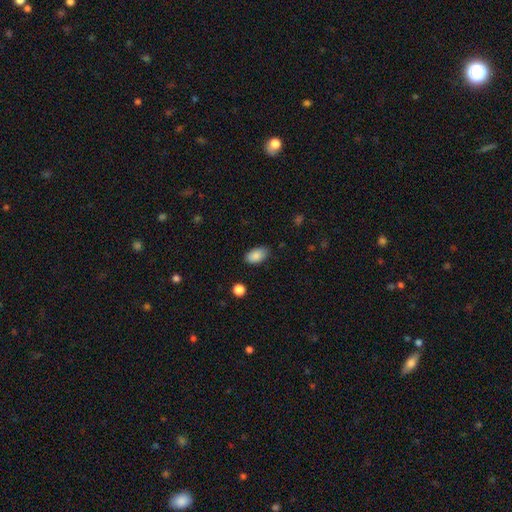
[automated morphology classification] The model was most divided on "merging": none: 82%, minor disturbance: 14%, major disturbance: 3%, merger: 1%. More confident: how rounded — in between (93%); smooth or featured — smooth (88%).